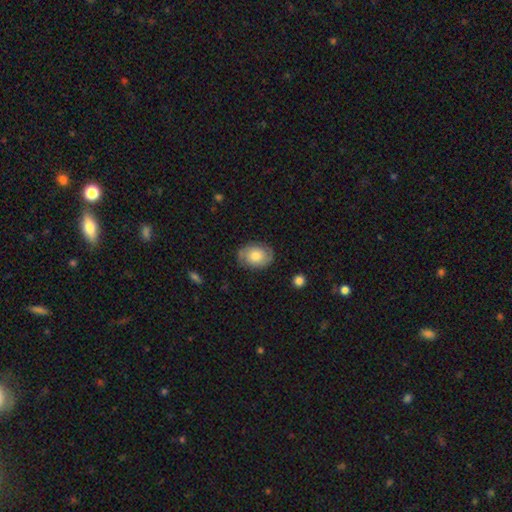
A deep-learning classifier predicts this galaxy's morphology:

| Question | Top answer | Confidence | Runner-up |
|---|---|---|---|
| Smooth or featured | featured or disk | 54% | smooth (39%) |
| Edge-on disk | no | 97% | yes (3%) |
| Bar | no | 79% | weak (18%) |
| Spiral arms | yes | 85% | no (15%) |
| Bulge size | moderate | 51% | large (22%) |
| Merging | none | 79% | minor disturbance (15%) |